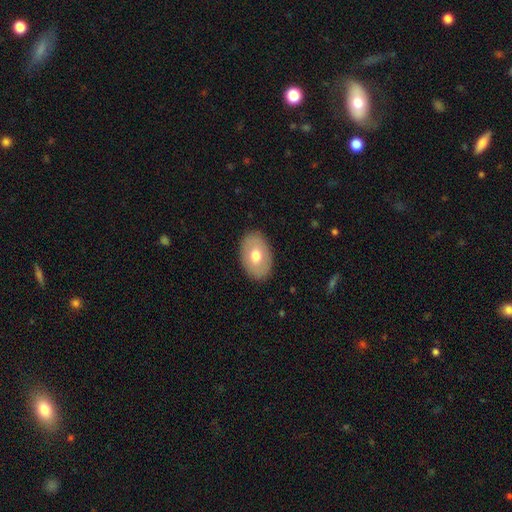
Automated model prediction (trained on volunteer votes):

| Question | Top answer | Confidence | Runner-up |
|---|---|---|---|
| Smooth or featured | smooth | 66% | featured or disk (27%) |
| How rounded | in between | 85% | round (14%) |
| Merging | none | 88% | minor disturbance (9%) |